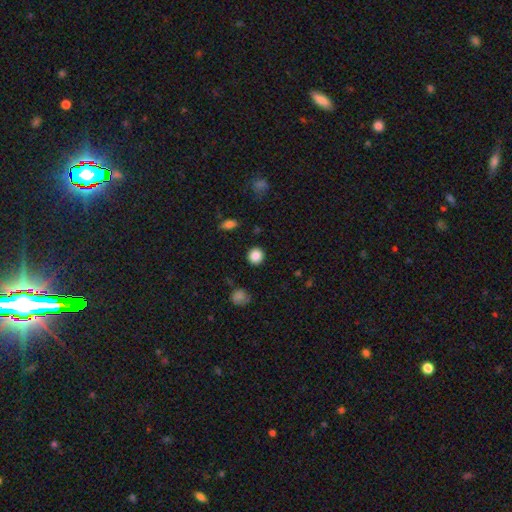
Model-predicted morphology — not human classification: Smooth or featured: smooth — 87% (star or artifact — 9%)
How rounded: round — 92% (in between — 7%)
Merging: none — 91% (minor disturbance — 6%)